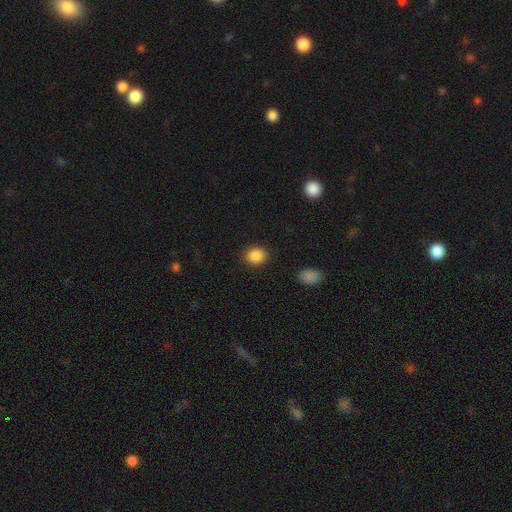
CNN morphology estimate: This is clearly a smooth galaxy (88%). How rounded: likely round (64%). Merging: clearly none (89%).